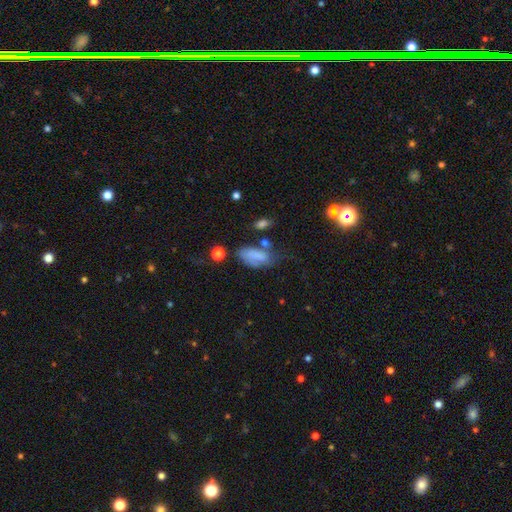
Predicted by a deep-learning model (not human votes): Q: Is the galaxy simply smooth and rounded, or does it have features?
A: smooth — 76%.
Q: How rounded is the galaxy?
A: in between — 87%.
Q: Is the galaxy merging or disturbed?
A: none — 41%.